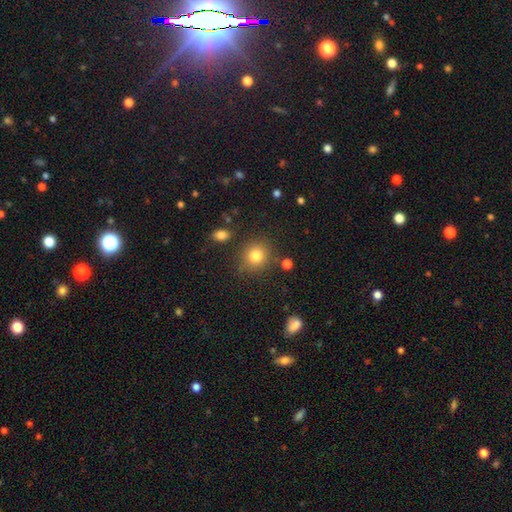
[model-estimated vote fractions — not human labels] A smooth galaxy with no disk features (82%) that is round (85%).

Vote fractions:
- Smooth or featured? smooth: 82% / star or artifact: 11% / featured or disk: 7%
- How rounded? round: 85% / in between: 14% / cigar-shaped: 1%
- Merging? none: 81% / minor disturbance: 11% / merger: 4% / major disturbance: 4%